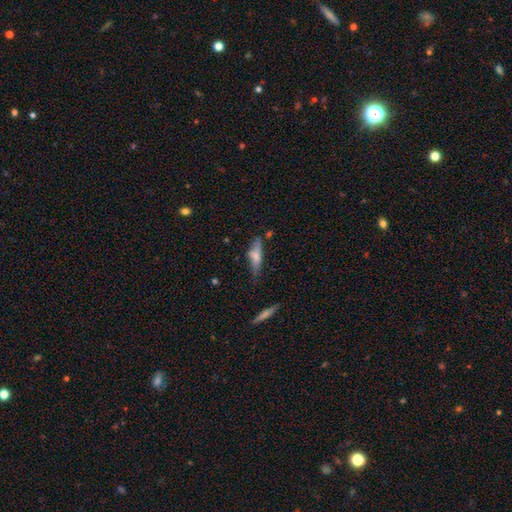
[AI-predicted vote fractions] Smooth or featured? smooth (62%)
How rounded? cigar-shaped (65%)
Merging? none (60%)